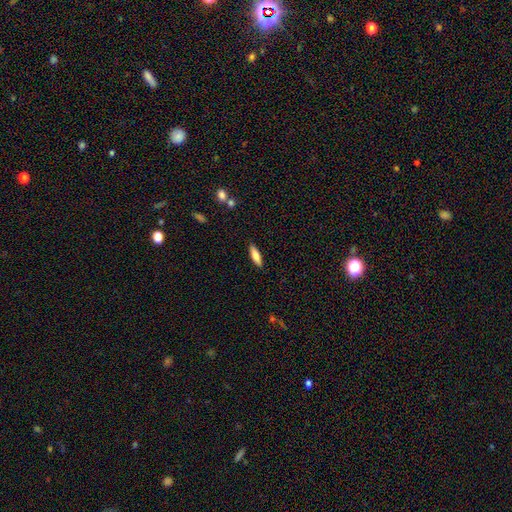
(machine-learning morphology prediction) A smooth galaxy with no disk features (77%) that is cigar-shaped (58%). Merging: none (89%).